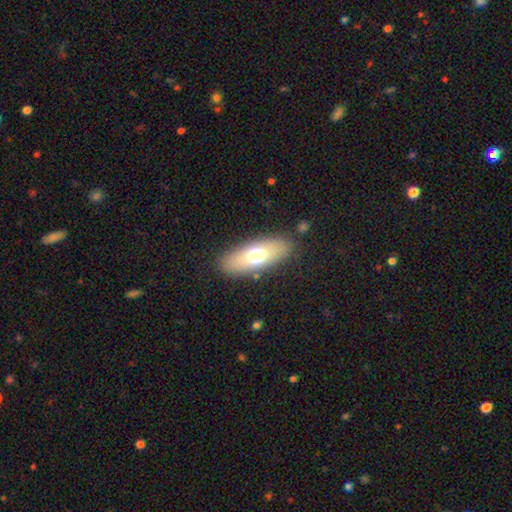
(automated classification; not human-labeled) Smooth or featured?
  - smooth: 66% *
  - featured or disk: 26%
  - star or artifact: 8%
How rounded?
  - in between: 74% *
  - cigar-shaped: 22%
  - round: 4%
Merging?
  - none: 85% *
  - minor disturbance: 10%
  - major disturbance: 4%
  - merger: 2%